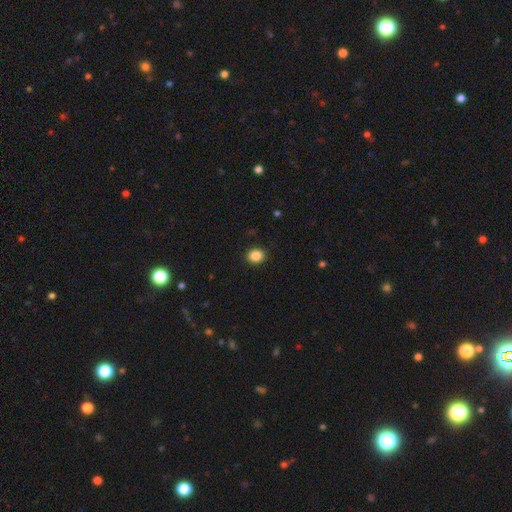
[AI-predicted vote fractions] This appears to be a smooth galaxy with no disk features (87%) that is round (65%). Merging: none (91%).